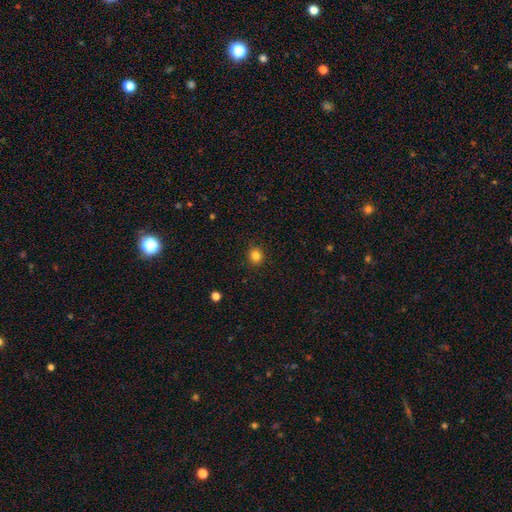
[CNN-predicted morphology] smooth 83%, star or artifact 12%, featured or disk 5%. Down the decision tree: how rounded — round (88%); merging — none (91%).